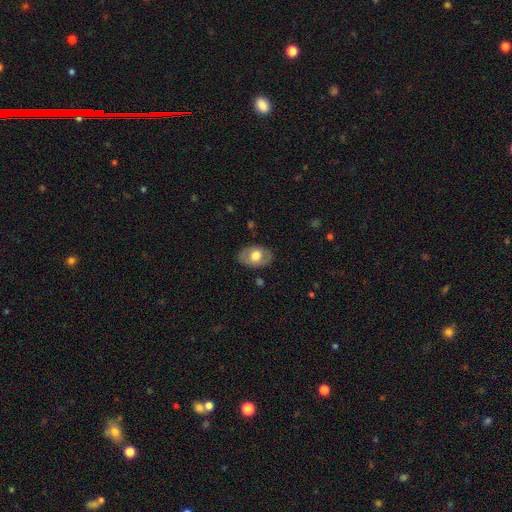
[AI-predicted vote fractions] A smooth galaxy with no disk features (58%) that is in between round and cigar-shaped (82%).

Vote fractions:
- Smooth or featured? smooth: 58% / featured or disk: 35% / star or artifact: 6%
- How rounded? in between: 82% / round: 17% / cigar-shaped: 1%
- Merging? none: 81% / minor disturbance: 14% / major disturbance: 4% / merger: 1%